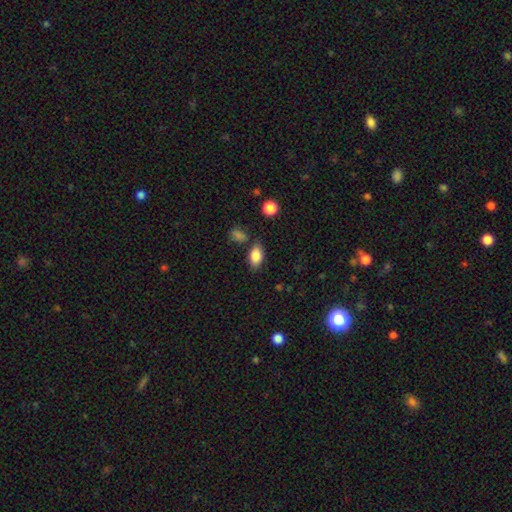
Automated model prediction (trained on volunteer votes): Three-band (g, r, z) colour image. It shows a smooth galaxy with no disk features (85%) that is in between round and cigar-shaped (88%). Merging: none (73%).